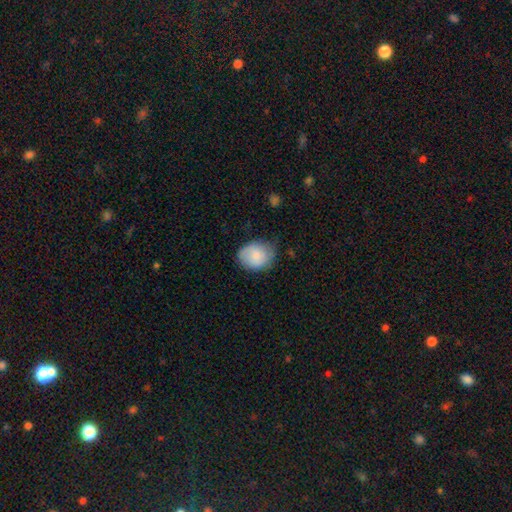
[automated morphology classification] smooth-or-featured: smooth: 82% | featured or disk: 11% | star or artifact: 6%
  how-rounded: round: 50% | in between: 49% | cigar-shaped: 1%
  merging: none: 63% | minor disturbance: 29% | major disturbance: 6% | merger: 1%